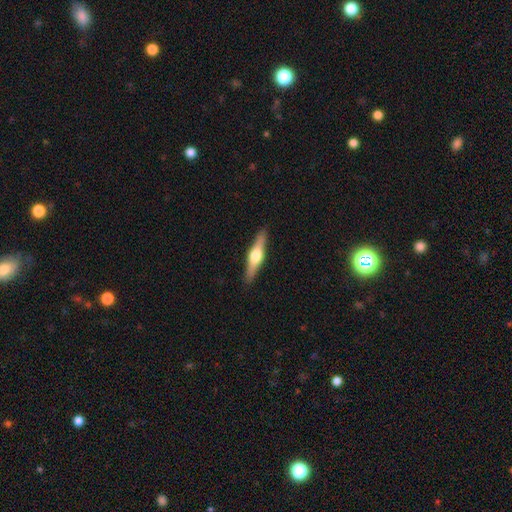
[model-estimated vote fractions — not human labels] smooth_or_featured: featured or disk (p=0.64) [alt: smooth p=0.31]
disk_edge_on: yes (p=0.97) [alt: no p=0.03]
edge_on_bulge: rounded (p=0.94) [alt: boxy p=0.04]
merging: none (p=0.91) [alt: minor disturbance p=0.07]